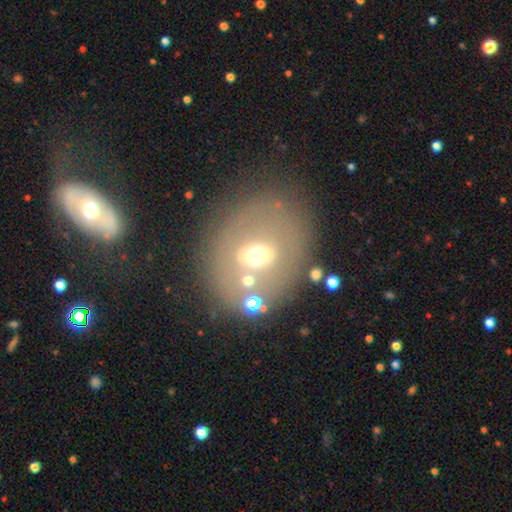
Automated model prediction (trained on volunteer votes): smooth 47%, featured or disk 38%, star or artifact 16%. Down the decision tree: merging — none (72%).